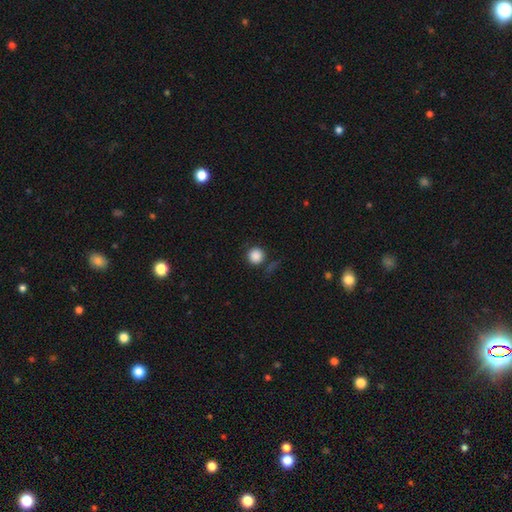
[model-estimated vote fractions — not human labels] Smooth or featured? smooth (87%)
How rounded? round (95%)
Merging? none (80%)